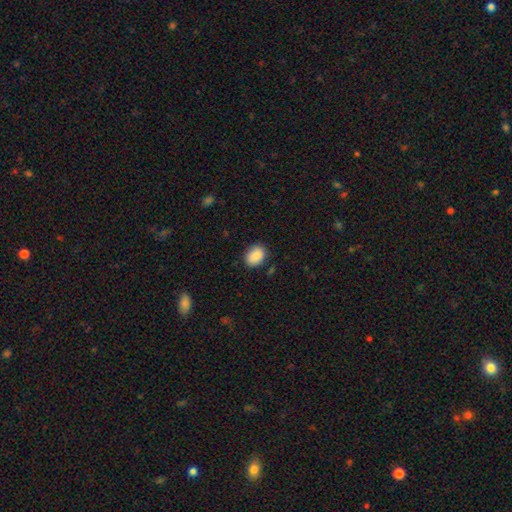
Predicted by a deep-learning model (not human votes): Smooth or featured? smooth (88%)
How rounded? in between (68%)
Merging? none (82%)